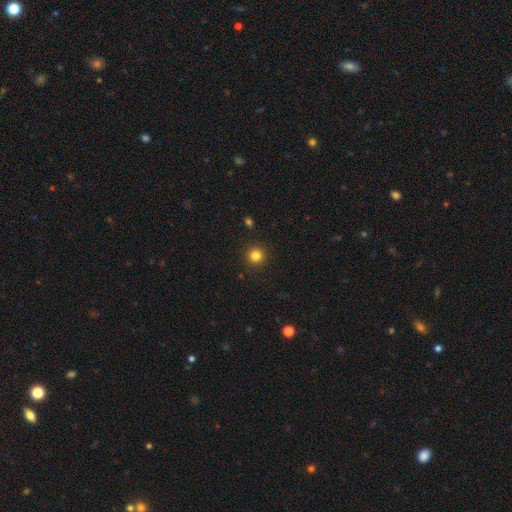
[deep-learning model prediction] This is clearly a smooth galaxy (83%). How rounded: clearly round (94%). Merging: clearly none (92%).